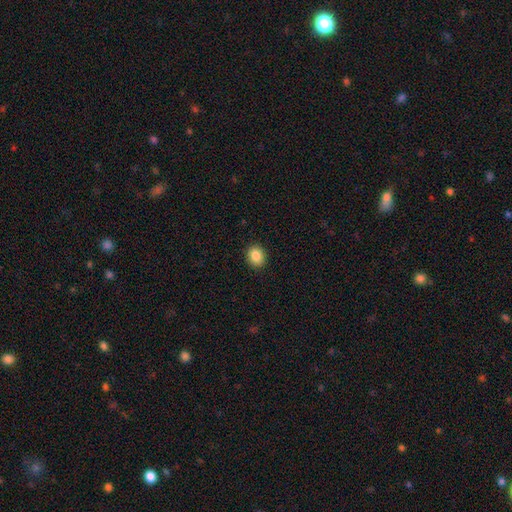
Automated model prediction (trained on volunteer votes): smooth-or-featured: smooth: 87% | star or artifact: 9% | featured or disk: 4%
  how-rounded: round: 54% | in between: 45% | cigar-shaped: 1%
  merging: none: 91% | minor disturbance: 6% | major disturbance: 2% | merger: 1%